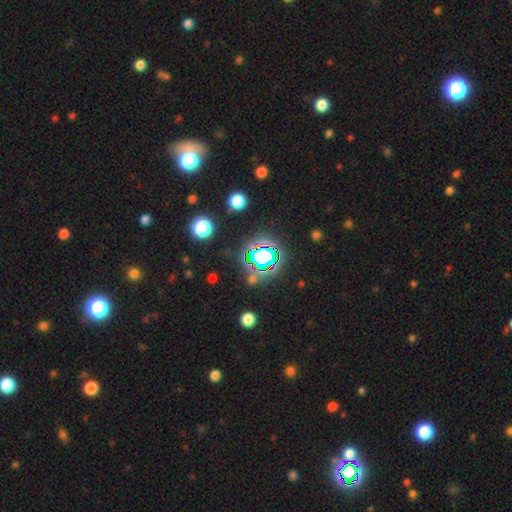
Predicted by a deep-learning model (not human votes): This is likely a star or artifact rather than a galaxy (75%).